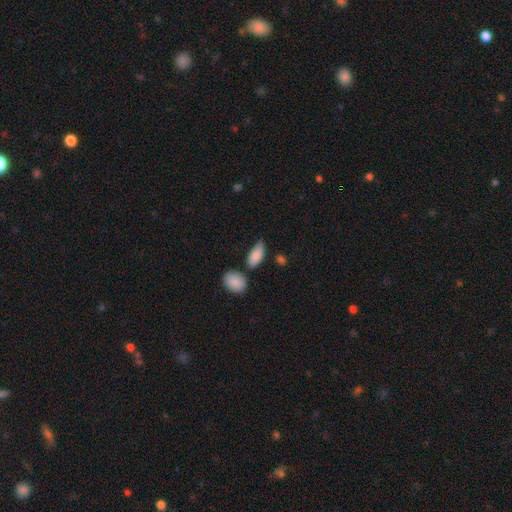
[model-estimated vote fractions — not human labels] Morphology: type=smooth (86%); roundness=in between (87%); merging=none (58%).